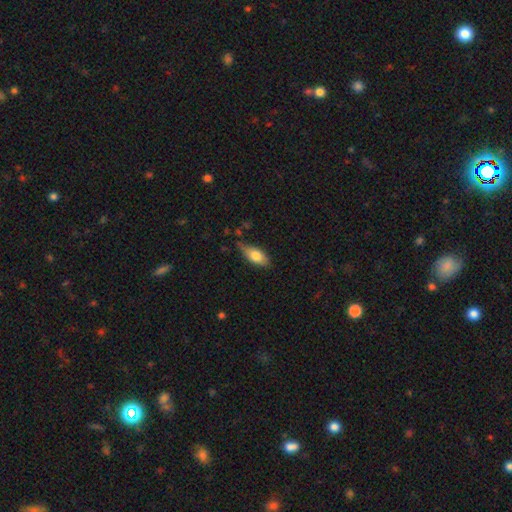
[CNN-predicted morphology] A smooth galaxy with no disk features (75%) that is in between round and cigar-shaped (84%).

Vote fractions:
- Smooth or featured? smooth: 75% / featured or disk: 18% / star or artifact: 7%
- How rounded? in between: 84% / cigar-shaped: 12% / round: 4%
- Merging? none: 61% / minor disturbance: 29% / major disturbance: 6% / merger: 4%